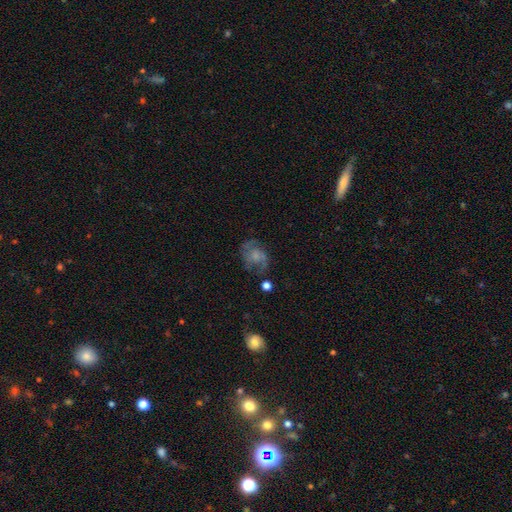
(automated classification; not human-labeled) A featured or disk galaxy (60%) with no bar (70%), spiral arms (81%) and a small central bulge (35%).

Vote fractions:
- Smooth or featured? featured or disk: 60% / smooth: 30% / star or artifact: 10%
- Edge-on disk? no: 98% / yes: 2%
- Bar? no: 70% / weak: 25% / strong: 4%
- Spiral arms? yes: 81% / no: 19%
- Bulge size? small: 35% / none: 33% / moderate: 23% / large: 7% / dominant: 2%
- Merging? none: 55% / minor disturbance: 22% / major disturbance: 20% / merger: 3%